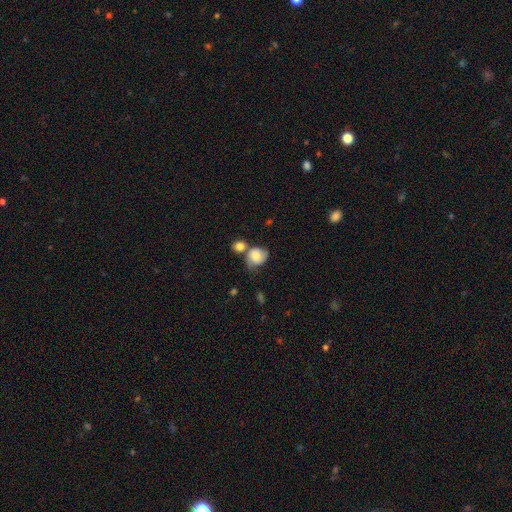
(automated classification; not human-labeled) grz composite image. It shows a smooth galaxy with no disk features (61%) that is round (65%). Merging: none (36%).